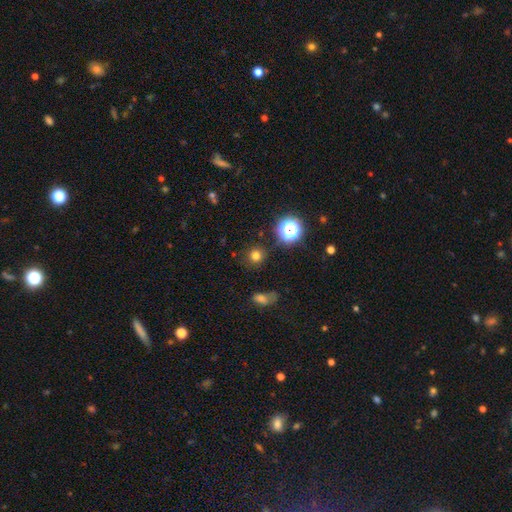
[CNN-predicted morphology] type=smooth (74%); roundness=round (91%); merging=none (84%).